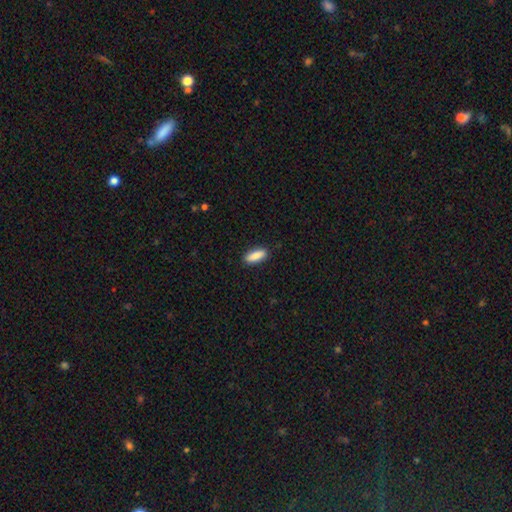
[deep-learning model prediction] smooth-or-featured: smooth: 88% | featured or disk: 6% | star or artifact: 6%
  how-rounded: in between: 64% | cigar-shaped: 34% | round: 2%
  merging: none: 89% | minor disturbance: 8% | major disturbance: 2% | merger: 1%